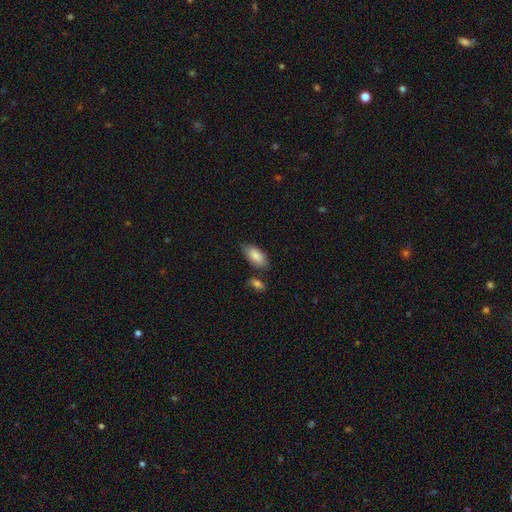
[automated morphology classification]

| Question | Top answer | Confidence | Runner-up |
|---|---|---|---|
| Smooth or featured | smooth | 86% | featured or disk (8%) |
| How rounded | in between | 92% | cigar-shaped (6%) |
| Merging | none | 72% | minor disturbance (17%) |